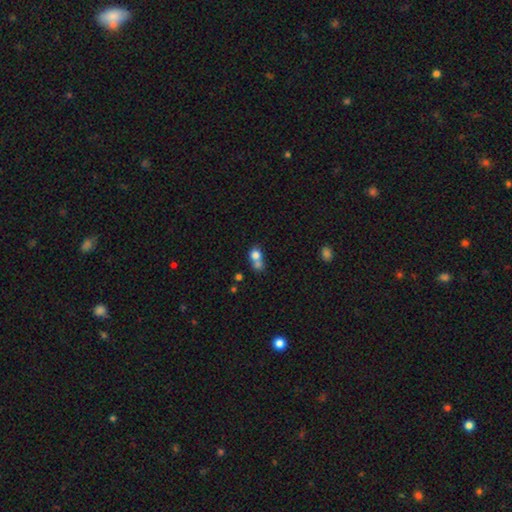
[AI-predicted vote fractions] Morphology: type=smooth (75%); roundness=round (72%); merging=merger (61%).